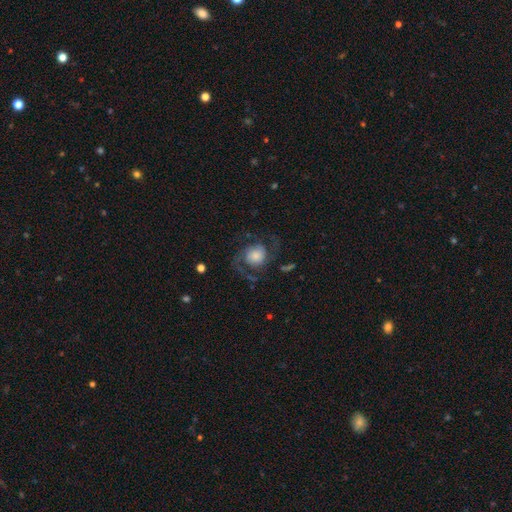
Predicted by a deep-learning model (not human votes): Smooth or featured: featured or disk — 81% (smooth — 12%)
Edge-on disk: no — 98% (yes — 2%)
Bar: no — 72% (weak — 23%)
Spiral arms: yes — 96% (no — 4%)
Spiral winding: medium — 50% (loose — 34%)
Spiral arm count: 2 — 90% (3 — 3%)
Bulge size: large — 35% (moderate — 24%)
Merging: none — 71% (minor disturbance — 14%)